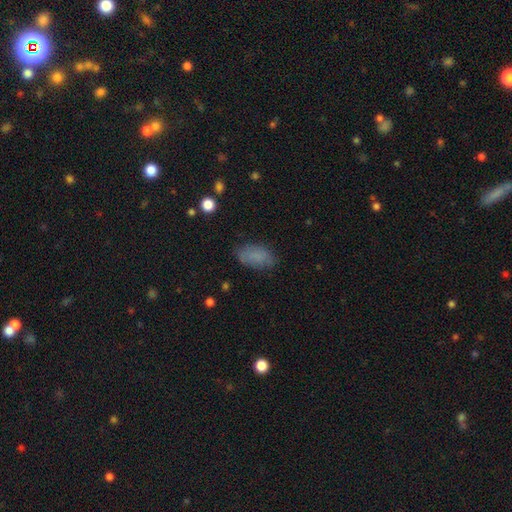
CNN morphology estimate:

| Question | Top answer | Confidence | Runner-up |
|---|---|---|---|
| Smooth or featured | smooth | 82% | star or artifact (10%) |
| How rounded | in between | 92% | round (4%) |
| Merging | none | 76% | minor disturbance (17%) |